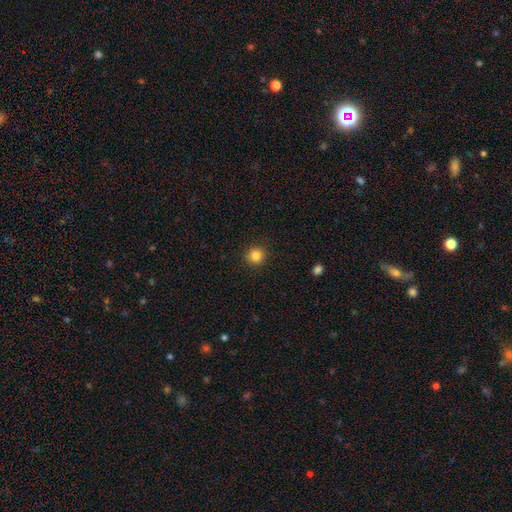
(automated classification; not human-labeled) Smooth or featured? smooth (84%)
How rounded? round (93%)
Merging? none (91%)